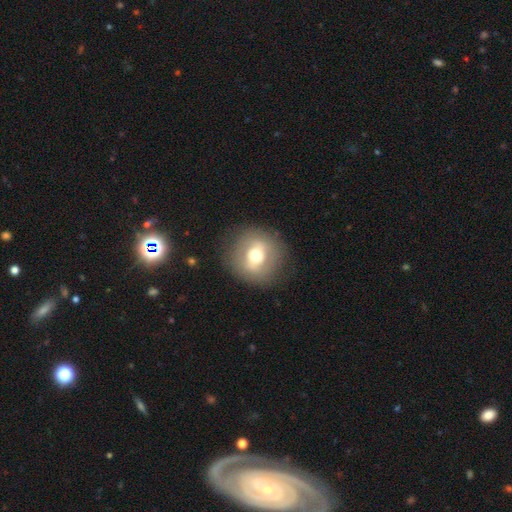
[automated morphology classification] Smooth or featured? smooth (52%)
How rounded? round (88%)
Merging? none (84%)